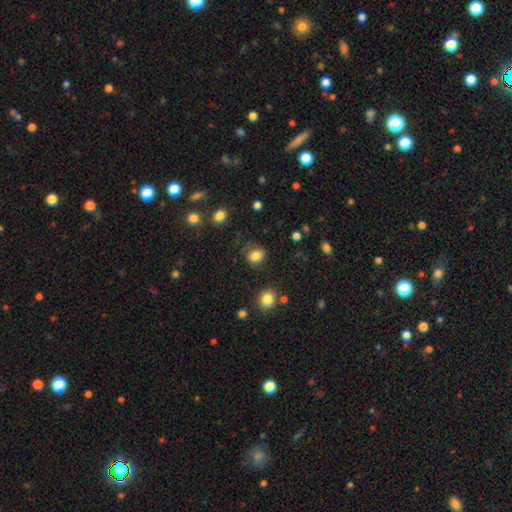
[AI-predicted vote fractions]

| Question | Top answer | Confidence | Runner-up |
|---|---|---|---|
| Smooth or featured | smooth | 82% | star or artifact (11%) |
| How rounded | round | 63% | in between (36%) |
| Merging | none | 70% | minor disturbance (19%) |